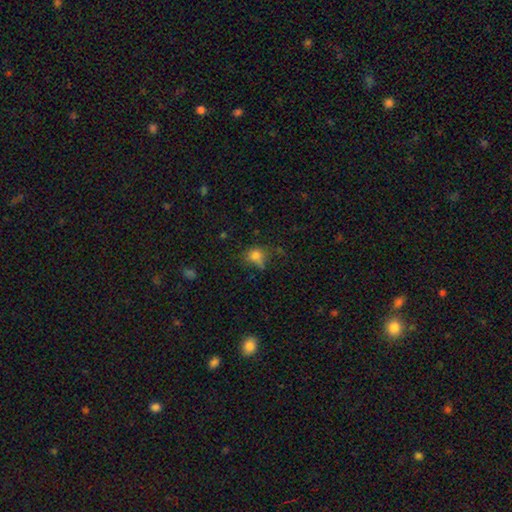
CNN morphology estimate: A smooth galaxy with no disk features (74%) that is round (60%). Merging: none (49%).